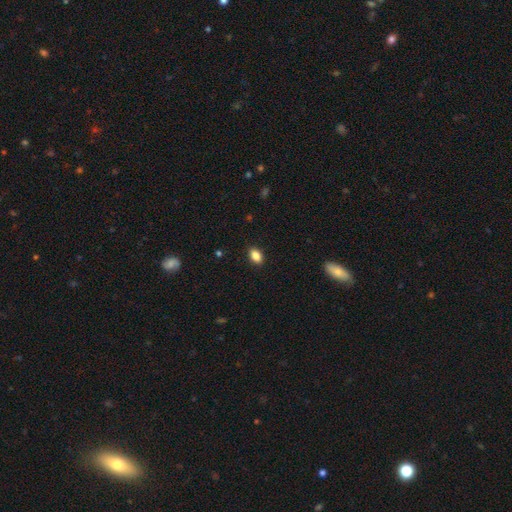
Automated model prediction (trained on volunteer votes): Smooth or featured: smooth — 87% (star or artifact — 9%)
How rounded: in between — 86% (round — 12%)
Merging: none — 89% (minor disturbance — 8%)